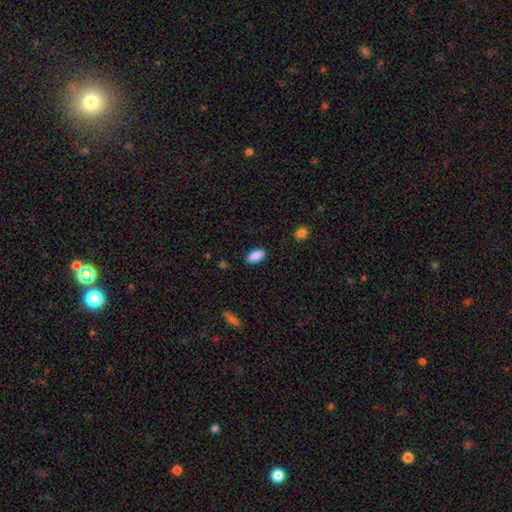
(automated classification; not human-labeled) smooth 89%, star or artifact 7%, featured or disk 4%. Down the decision tree: how rounded — in between (91%); merging — none (87%).